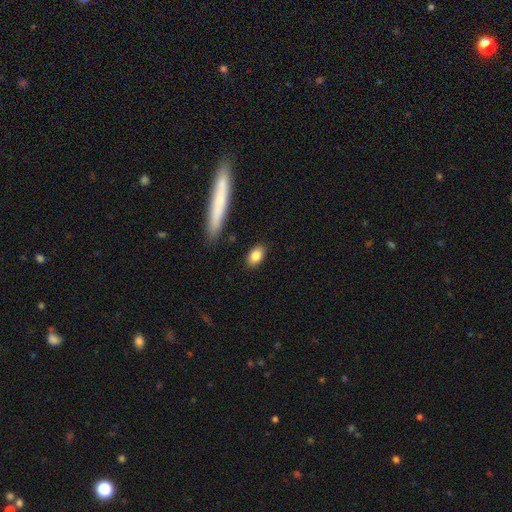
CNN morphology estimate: smooth_or_featured: smooth (p=0.82) [alt: featured or disk p=0.10]
how_rounded: in between (p=0.84) [alt: round p=0.12]
merging: none (p=0.87) [alt: minor disturbance p=0.09]